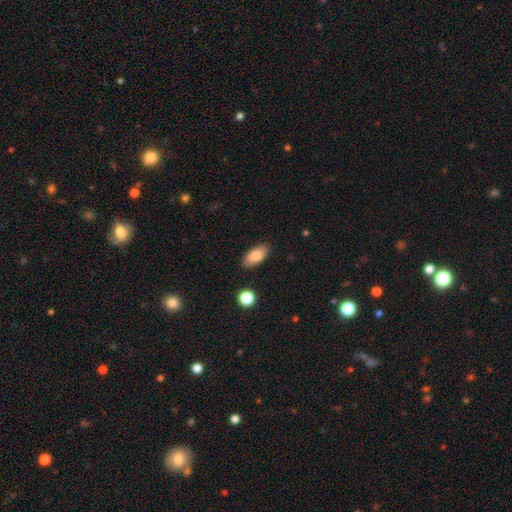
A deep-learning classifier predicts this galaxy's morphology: smooth 85%, featured or disk 8%, star or artifact 7%. Down the decision tree: how rounded — in between (89%); merging — none (86%).